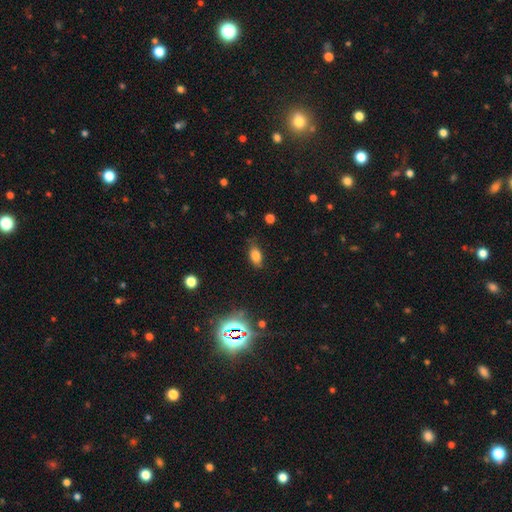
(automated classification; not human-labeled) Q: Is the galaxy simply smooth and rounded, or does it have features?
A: smooth — 80%.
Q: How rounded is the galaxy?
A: in between — 87%.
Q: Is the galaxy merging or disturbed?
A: none — 76%.